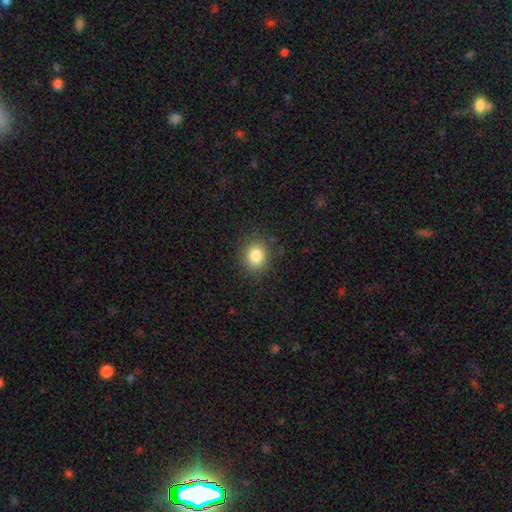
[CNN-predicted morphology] Smooth or featured?
  - smooth: 83% *
  - star or artifact: 10%
  - featured or disk: 6%
How rounded?
  - round: 71% *
  - in between: 28%
  - cigar-shaped: 1%
Merging?
  - none: 87% *
  - minor disturbance: 9%
  - major disturbance: 3%
  - merger: 1%